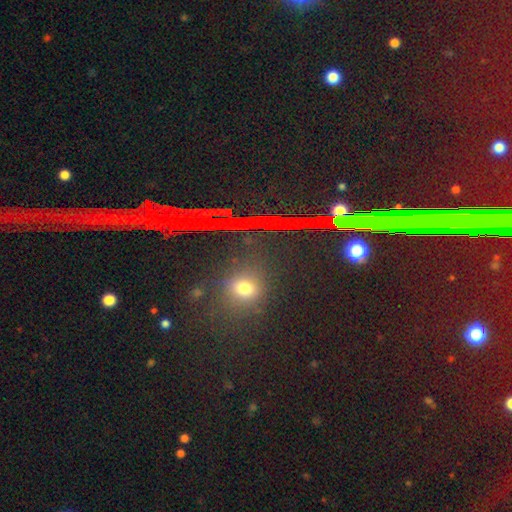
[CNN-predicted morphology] Smooth or featured? Predicted: star or artifact (p=0.48).